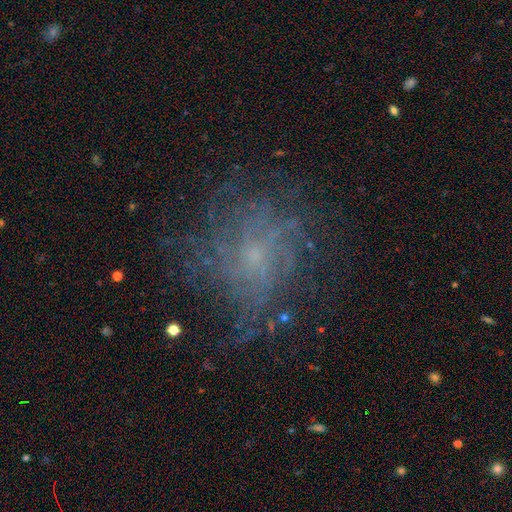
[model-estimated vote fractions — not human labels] A featured or disk galaxy (56%) with no bar (78%), spiral arms (67%) and a small central bulge (69%). Merging: none (67%).